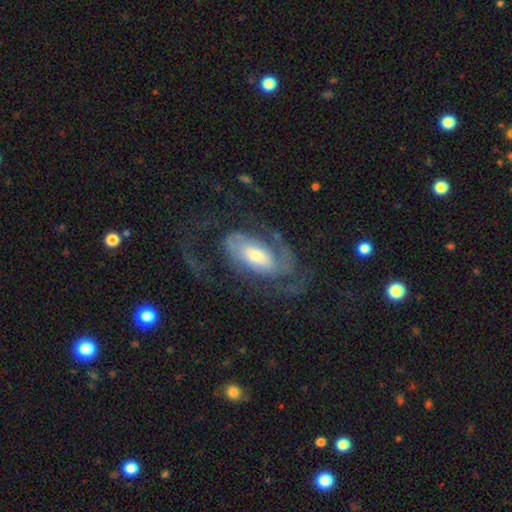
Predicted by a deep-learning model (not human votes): Morphology: type=featured or disk (80%); edge-on=no (95%); bar=no (46%); spiral arms=yes (91%); winding=medium (44%); arm count=2 (62%); bulge=moderate (52%); merging=none (52%).